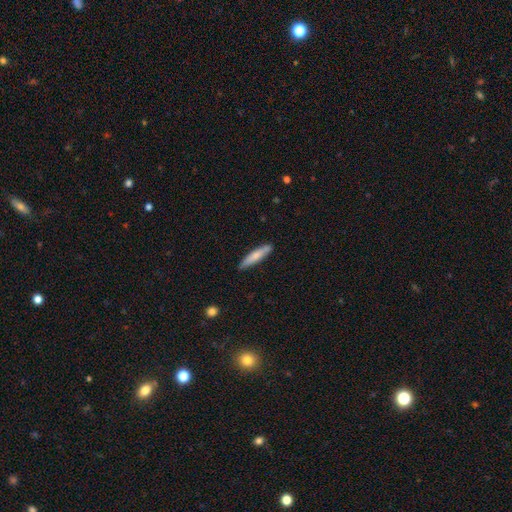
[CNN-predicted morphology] The model was most divided on "smooth or featured": smooth: 72%, featured or disk: 22%, star or artifact: 5%. More confident: how rounded — cigar-shaped (86%); merging — none (82%).